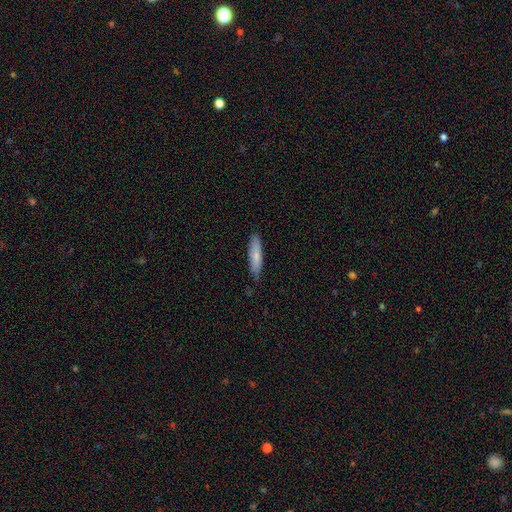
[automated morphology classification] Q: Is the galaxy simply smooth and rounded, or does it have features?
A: smooth — 73%.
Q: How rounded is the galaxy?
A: cigar-shaped — 73%.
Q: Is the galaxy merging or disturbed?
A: none — 82%.